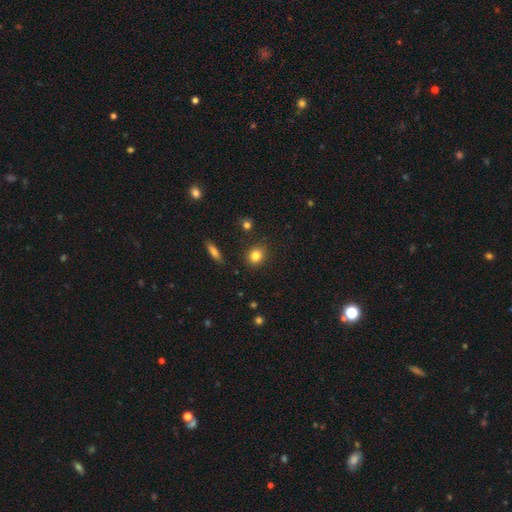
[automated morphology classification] smooth_or_featured: smooth (p=0.83) [alt: star or artifact p=0.10]
how_rounded: round (p=0.71) [alt: in between p=0.27]
merging: none (p=0.88) [alt: minor disturbance p=0.08]